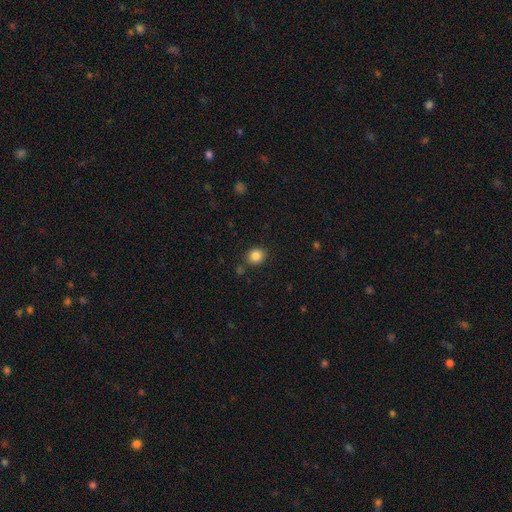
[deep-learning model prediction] This appears to be a smooth galaxy with no disk features (85%) that is round (69%). Merging: none (85%).